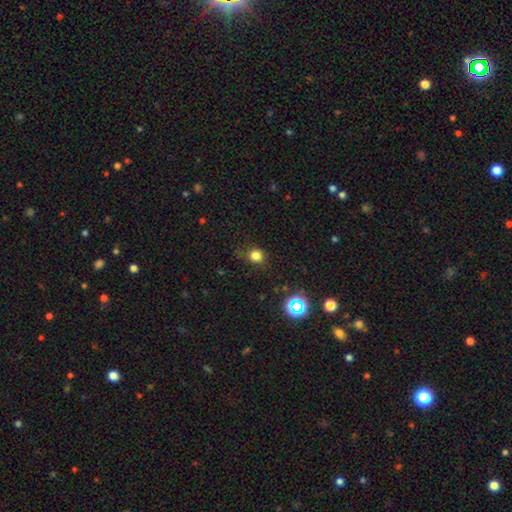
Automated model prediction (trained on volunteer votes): The model was most divided on "merging": none: 72%, minor disturbance: 19%, major disturbance: 7%, merger: 2%. More confident: how rounded — round (83%); smooth or featured — smooth (77%).